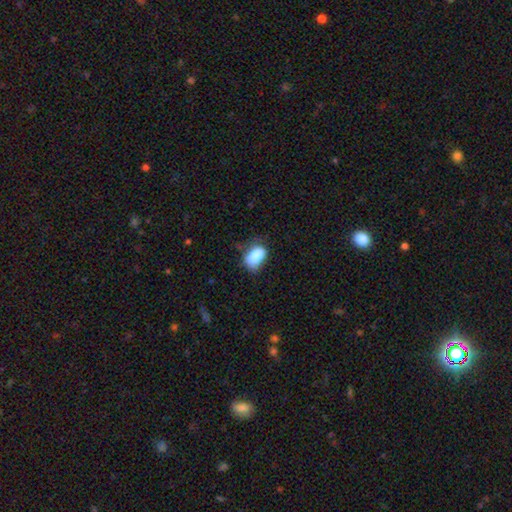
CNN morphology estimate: A smooth galaxy with no disk features (85%) that is in between round and cigar-shaped (88%). Merging: none (55%).